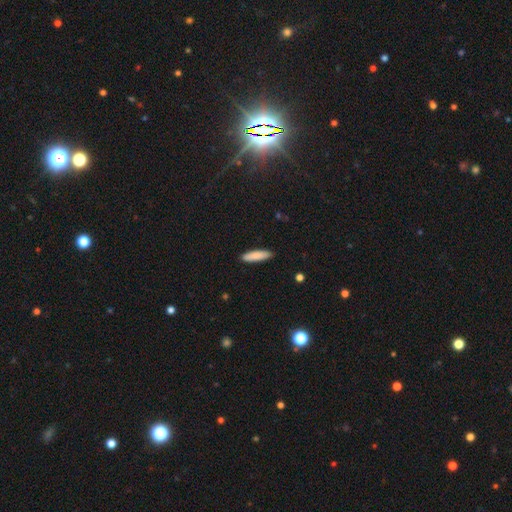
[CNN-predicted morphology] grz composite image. It shows a smooth galaxy with no disk features (86%) that is cigar-shaped (74%). Merging: none (89%).